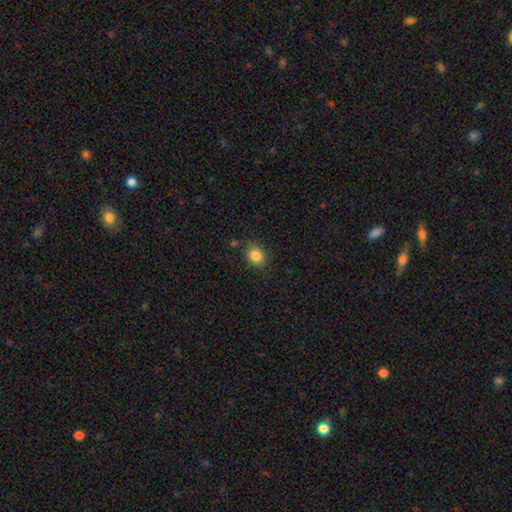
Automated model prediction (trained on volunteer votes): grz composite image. It shows a smooth galaxy with no disk features (85%) that is round (57%). Merging: none (80%).